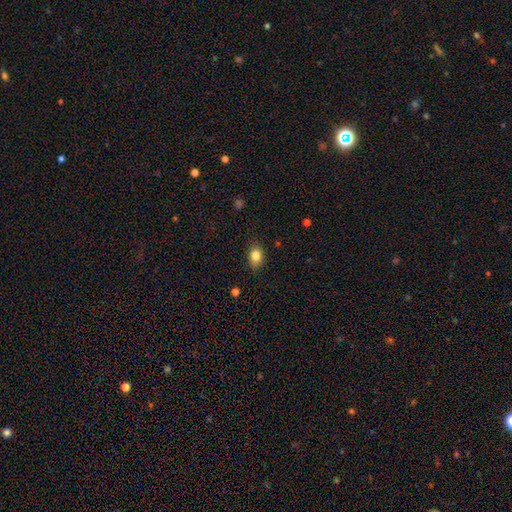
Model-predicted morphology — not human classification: Overall: smooth (83%). How rounded: in between (70%). Merging: none (81%).